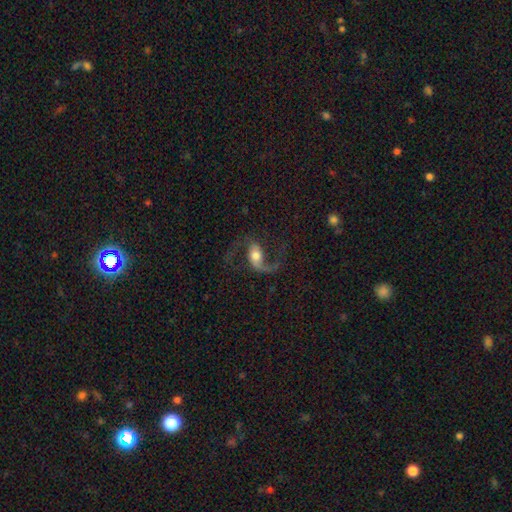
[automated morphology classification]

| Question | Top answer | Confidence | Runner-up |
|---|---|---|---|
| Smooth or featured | featured or disk | 84% | smooth (10%) |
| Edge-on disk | no | 97% | yes (3%) |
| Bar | no | 40% | weak (37%) |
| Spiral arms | yes | 96% | no (4%) |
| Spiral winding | loose | 70% | medium (25%) |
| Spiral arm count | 2 | 88% | 1 (7%) |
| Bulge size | moderate | 58% | large (20%) |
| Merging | none | 65% | major disturbance (19%) |